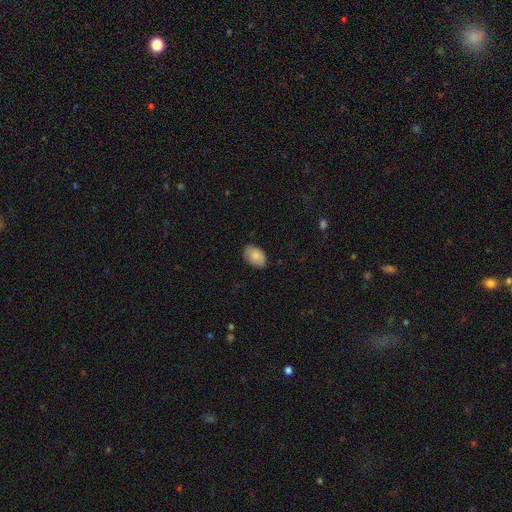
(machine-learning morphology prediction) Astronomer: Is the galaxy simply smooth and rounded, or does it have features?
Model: smooth — 83%.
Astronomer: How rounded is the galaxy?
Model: in between — 88%.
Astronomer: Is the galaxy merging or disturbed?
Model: none — 81%.